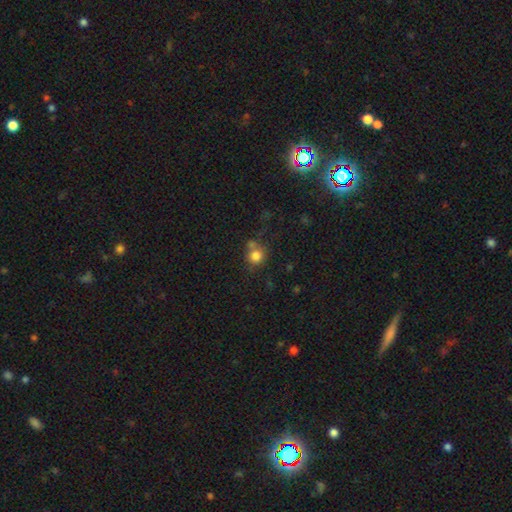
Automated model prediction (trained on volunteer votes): The model was most divided on "merging": none: 56%, merger: 24%, minor disturbance: 14%, major disturbance: 6%. More confident: how rounded — round (86%); smooth or featured — smooth (80%).